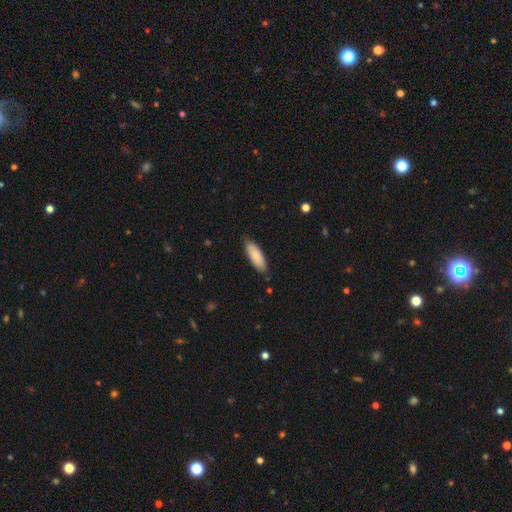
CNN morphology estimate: Smooth or featured: smooth — 85% (featured or disk — 9%)
How rounded: in between — 63% (cigar-shaped — 35%)
Merging: none — 84% (minor disturbance — 13%)